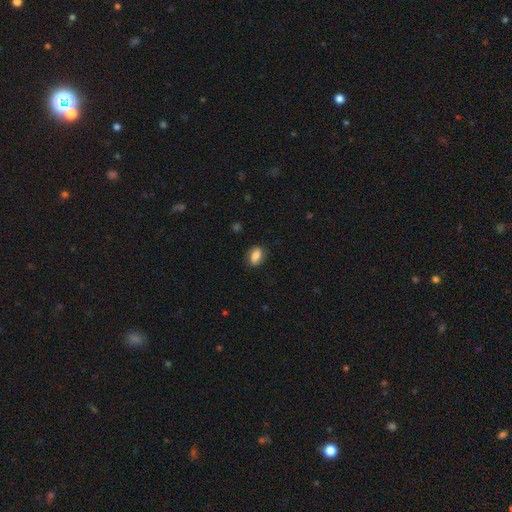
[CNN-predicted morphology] Q: Smooth or featured?
A: smooth (79%); runner-up: featured or disk (13%)
Q: How rounded?
A: in between (83%); runner-up: round (14%)
Q: Merging?
A: none (81%); runner-up: minor disturbance (14%)